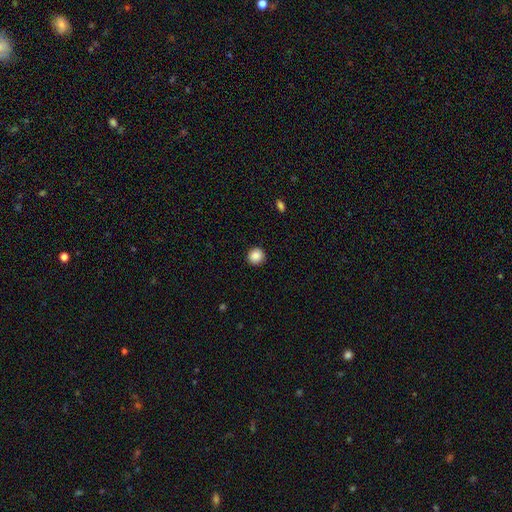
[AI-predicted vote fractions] Q: Smooth or featured?
A: smooth (88%); runner-up: star or artifact (9%)
Q: How rounded?
A: round (94%); runner-up: in between (5%)
Q: Merging?
A: none (92%); runner-up: minor disturbance (5%)